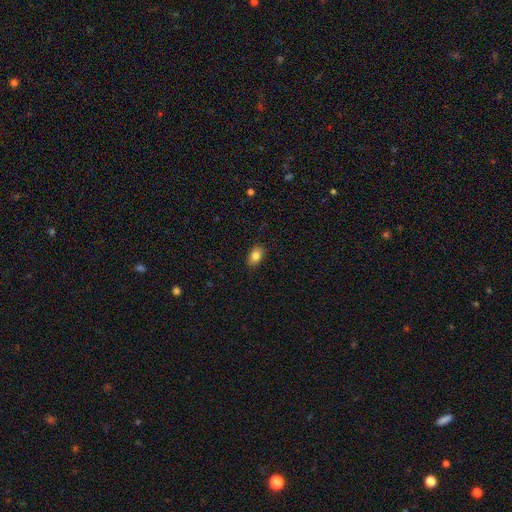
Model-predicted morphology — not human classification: smooth_or_featured: smooth (p=0.83) [alt: star or artifact p=0.09]
how_rounded: in between (p=0.85) [alt: round p=0.14]
merging: none (p=0.87) [alt: minor disturbance p=0.10]